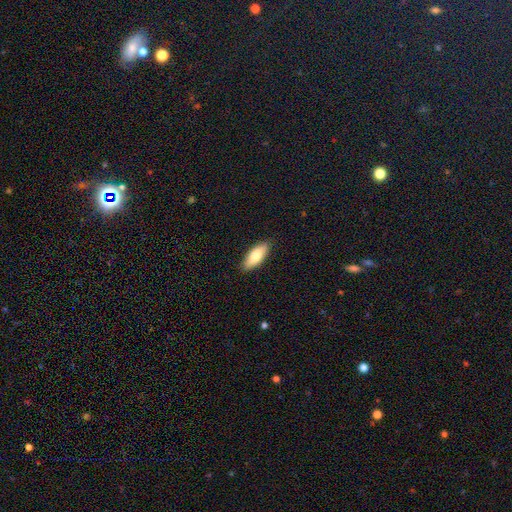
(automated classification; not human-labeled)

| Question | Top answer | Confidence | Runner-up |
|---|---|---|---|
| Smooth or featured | smooth | 76% | featured or disk (18%) |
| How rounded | in between | 74% | cigar-shaped (24%) |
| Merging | none | 88% | minor disturbance (9%) |